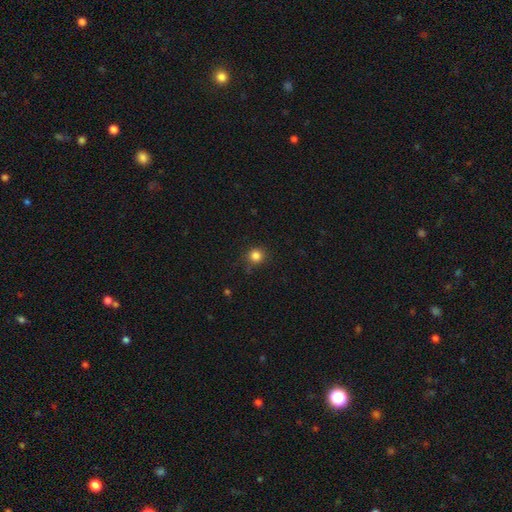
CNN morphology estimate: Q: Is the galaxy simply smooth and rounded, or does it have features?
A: smooth — 84%.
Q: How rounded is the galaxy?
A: round — 92%.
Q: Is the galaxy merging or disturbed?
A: none — 85%.